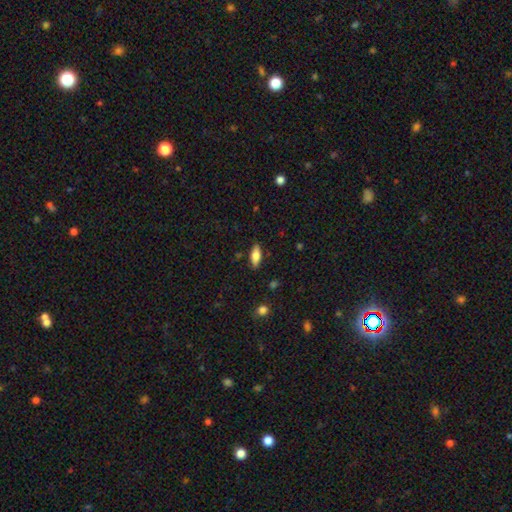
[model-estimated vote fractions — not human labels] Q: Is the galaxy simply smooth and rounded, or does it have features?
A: smooth — 71%.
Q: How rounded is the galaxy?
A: in between — 73%.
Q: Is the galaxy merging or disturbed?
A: none — 87%.